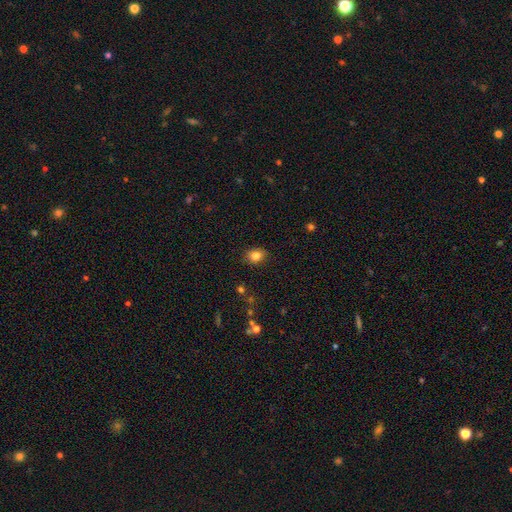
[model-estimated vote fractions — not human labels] smooth 83%, star or artifact 10%, featured or disk 6%. Down the decision tree: how rounded — in between (57%); merging — none (84%).